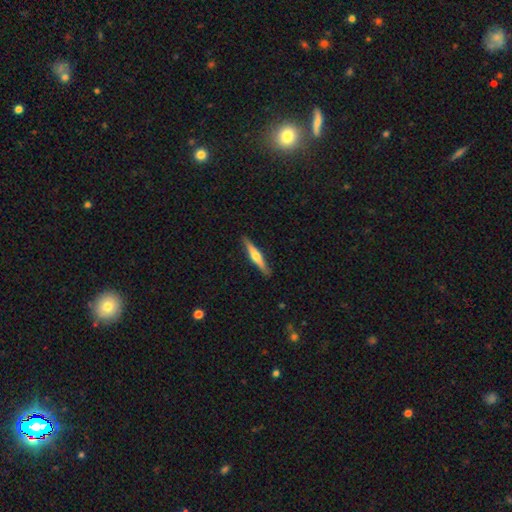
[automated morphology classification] Smooth or featured?
  - featured or disk: 61% *
  - smooth: 34%
  - star or artifact: 5%
Edge-on disk?
  - yes: 97% *
  - no: 3%
Edge-on bulge?
  - rounded: 88% *
  - none: 6%
  - boxy: 5%
Merging?
  - none: 90% *
  - minor disturbance: 7%
  - major disturbance: 1%
  - merger: 1%